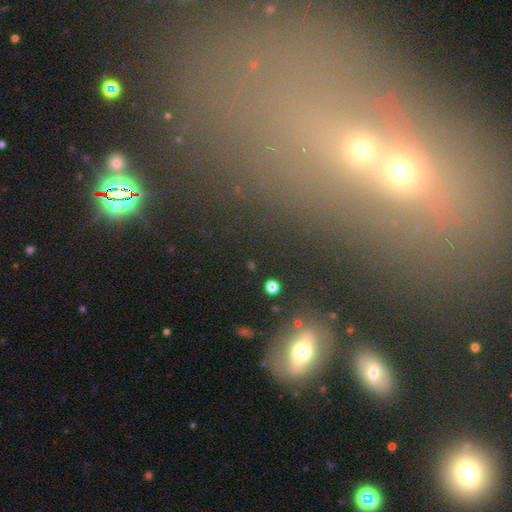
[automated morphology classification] Smooth or featured? star or artifact (41%)